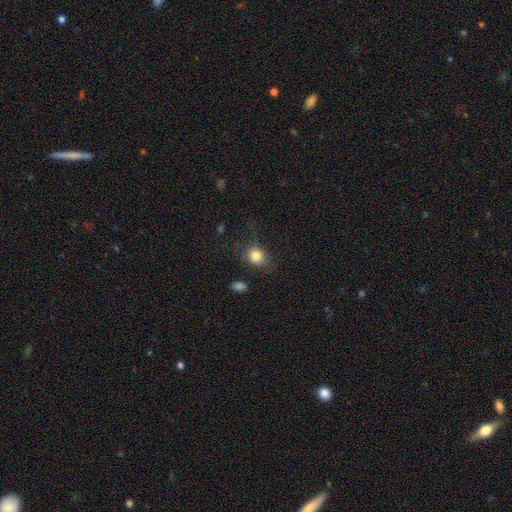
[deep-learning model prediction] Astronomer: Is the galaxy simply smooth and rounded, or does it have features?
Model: smooth — 82%.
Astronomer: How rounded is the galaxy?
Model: round — 68%.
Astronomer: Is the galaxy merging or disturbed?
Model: none — 69%.